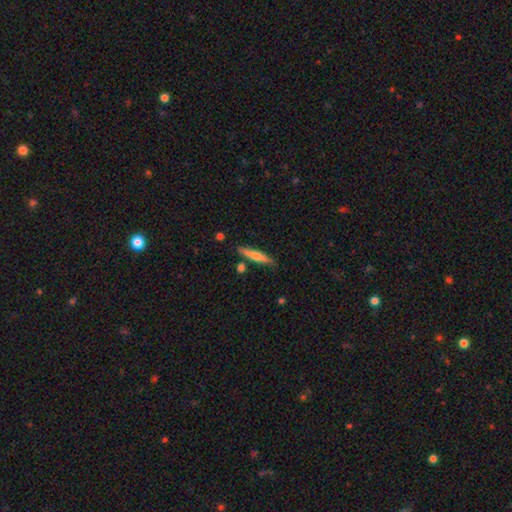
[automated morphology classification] Smooth or featured? Predicted: smooth (p=0.57). How rounded? Predicted: cigar-shaped (p=0.89). Merging? Predicted: none (p=0.81).